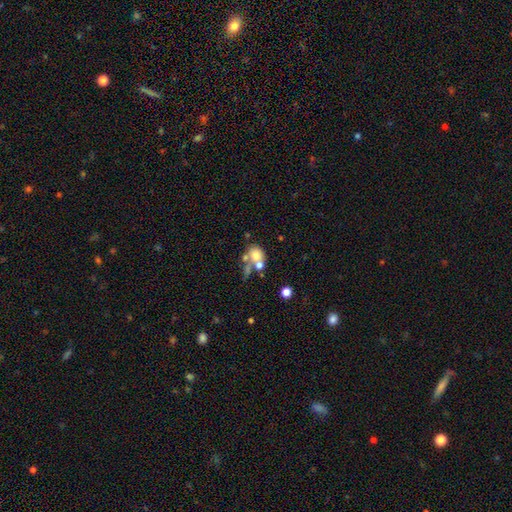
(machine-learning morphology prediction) Smooth or featured?
  - smooth: 65% *
  - featured or disk: 23%
  - star or artifact: 12%
How rounded?
  - round: 60% *
  - in between: 39%
  - cigar-shaped: 2%
Merging?
  - merger: 48% *
  - none: 30%
  - minor disturbance: 11%
  - major disturbance: 11%